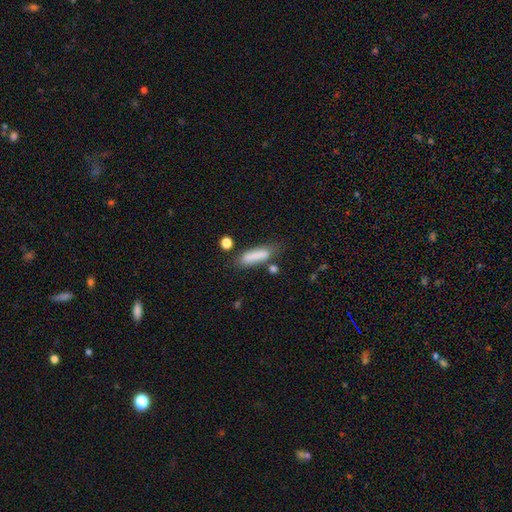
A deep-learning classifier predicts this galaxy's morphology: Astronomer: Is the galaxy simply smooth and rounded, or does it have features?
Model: smooth — 80%.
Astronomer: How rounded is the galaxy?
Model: cigar-shaped — 62%.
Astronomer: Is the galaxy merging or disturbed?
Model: none — 60%.